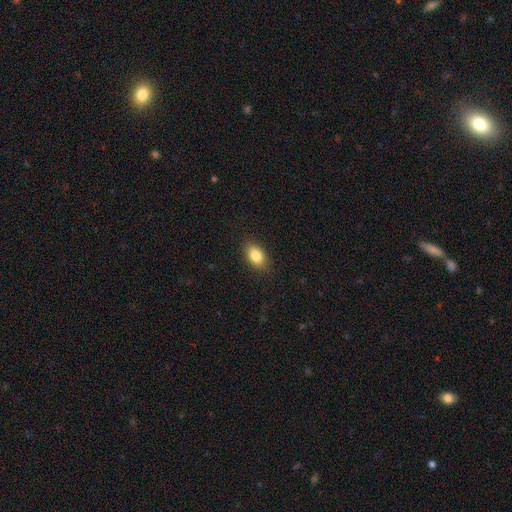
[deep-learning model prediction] A smooth galaxy with no disk features (84%) that is in between round and cigar-shaped (87%). Merging: none (87%).